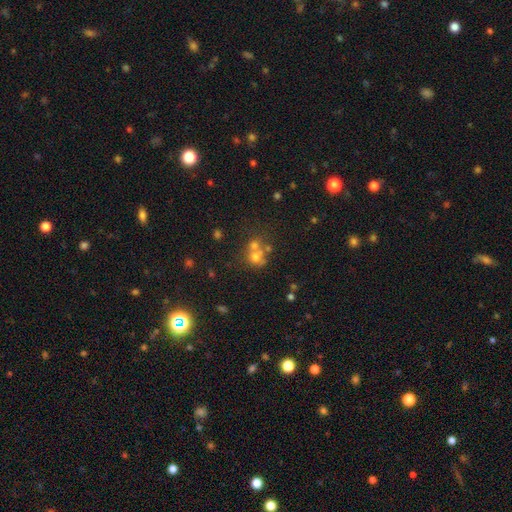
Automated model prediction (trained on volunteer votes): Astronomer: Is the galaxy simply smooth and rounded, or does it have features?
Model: smooth — 54%.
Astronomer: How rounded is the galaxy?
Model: round — 82%.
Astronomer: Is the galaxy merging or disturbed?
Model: merger — 45% (runner-up: none, 42%).